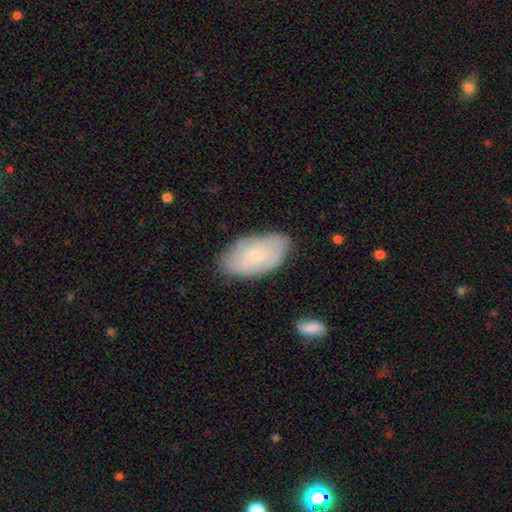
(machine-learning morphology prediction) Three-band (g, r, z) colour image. It shows a smooth galaxy with no disk features (57%) that is in between round and cigar-shaped (94%). Merging: none (77%).